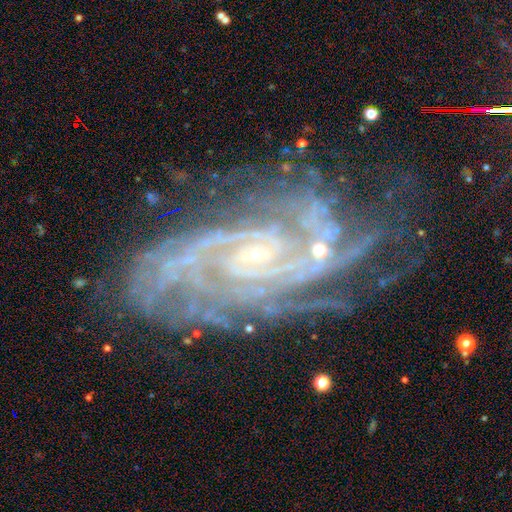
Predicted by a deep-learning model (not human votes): smooth_or_featured: featured or disk (p=0.89) [alt: star or artifact p=0.07]
disk_edge_on: no (p=0.96) [alt: yes p=0.04]
bar: no (p=0.41) [alt: weak p=0.40]
has_spiral_arms: yes (p=0.98) [alt: no p=0.02]
spiral_winding: tight (p=0.67) [alt: medium p=0.28]
spiral_arm_count: 2 (p=0.24) [alt: can't tell p=0.22]
bulge_size: small (p=0.78) [alt: moderate p=0.12]
merging: none (p=0.55) [alt: minor disturbance p=0.22]